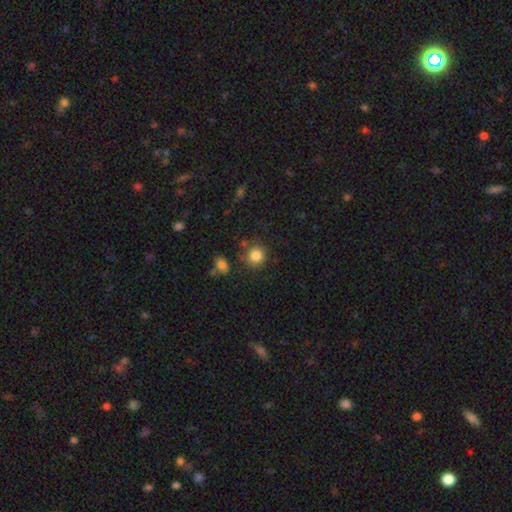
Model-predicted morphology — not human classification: A smooth galaxy with no disk features (83%) that is round (86%).

Vote fractions:
- Smooth or featured? smooth: 83% / star or artifact: 11% / featured or disk: 6%
- How rounded? round: 86% / in between: 13% / cigar-shaped: 1%
- Merging? none: 74% / minor disturbance: 14% / merger: 7% / major disturbance: 5%